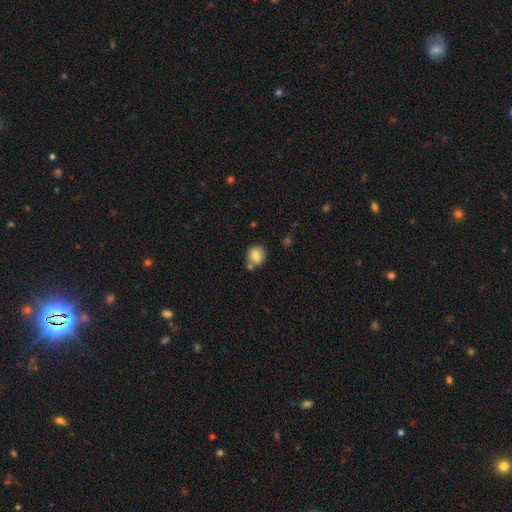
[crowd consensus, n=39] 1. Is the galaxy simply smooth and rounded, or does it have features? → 79% smooth, 15% featured or disk, 5% star or artifact.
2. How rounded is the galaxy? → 74% round, 26% in between, 0% cigar-shaped.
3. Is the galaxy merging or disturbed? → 57% none, 22% merger, 19% minor disturbance, 3% major disturbance.